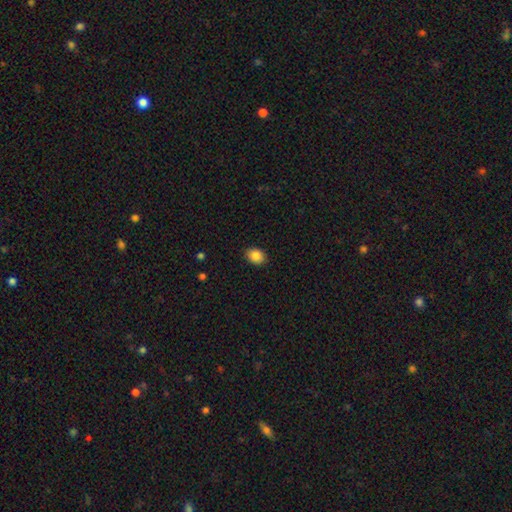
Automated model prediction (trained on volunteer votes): Q: Smooth or featured?
A: smooth (87%); runner-up: star or artifact (9%)
Q: How rounded?
A: in between (55%); runner-up: round (44%)
Q: Merging?
A: none (89%); runner-up: minor disturbance (8%)